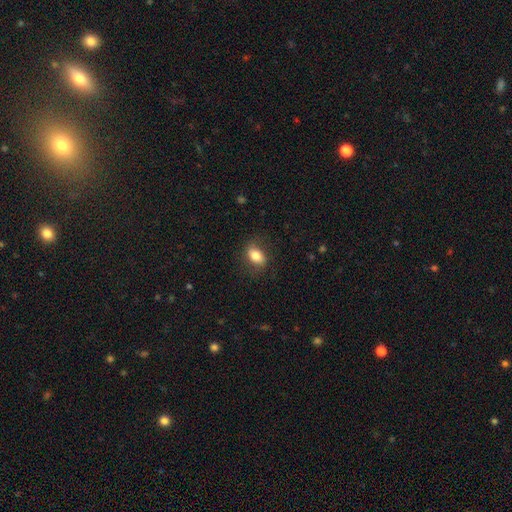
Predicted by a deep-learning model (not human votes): Smooth or featured? smooth (78%)
How rounded? in between (84%)
Merging? none (79%)